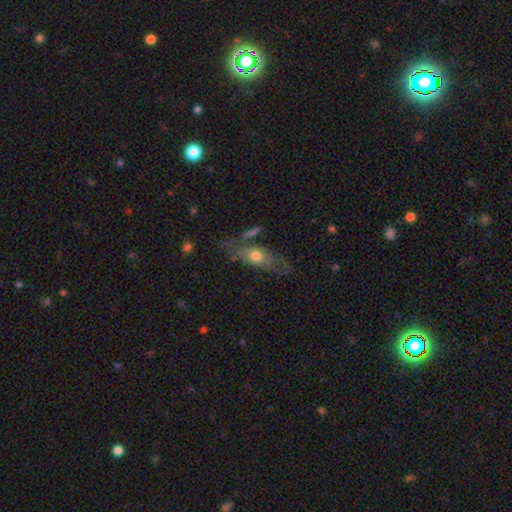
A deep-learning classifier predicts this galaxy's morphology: Smooth or featured?
  - smooth: 48% *
  - featured or disk: 44%
  - star or artifact: 8%
Merging?
  - none: 57% *
  - minor disturbance: 23%
  - major disturbance: 13%
  - merger: 8%